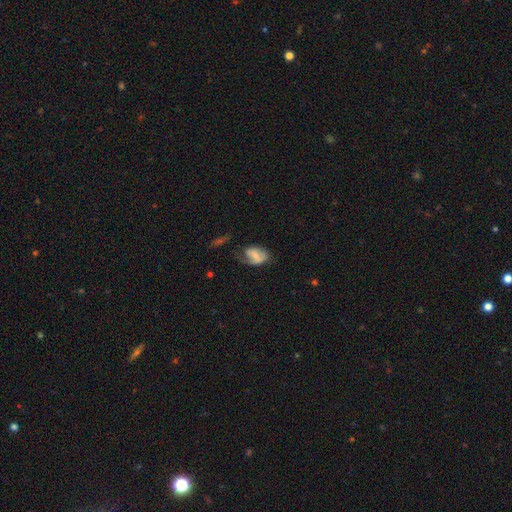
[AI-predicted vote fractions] Smooth or featured? smooth (53%)
How rounded? in between (83%)
Merging? none (40%)